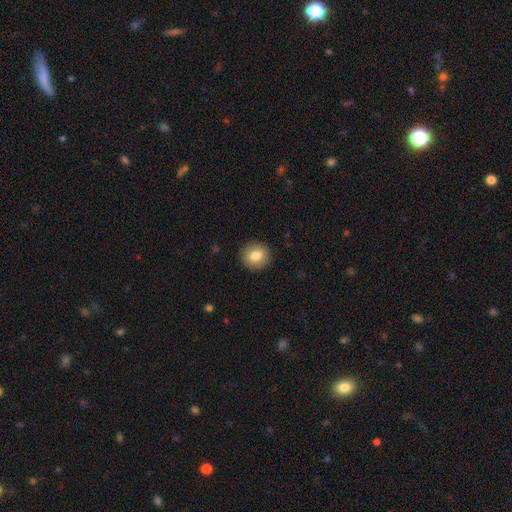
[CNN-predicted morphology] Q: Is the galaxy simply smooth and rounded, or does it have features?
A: smooth — 82%.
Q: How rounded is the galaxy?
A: round — 91%.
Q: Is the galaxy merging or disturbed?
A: none — 92%.